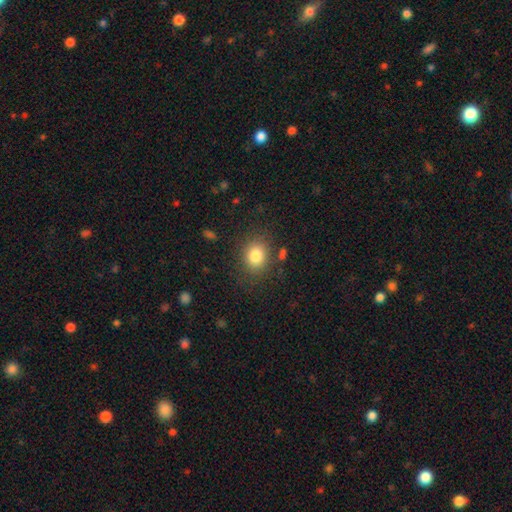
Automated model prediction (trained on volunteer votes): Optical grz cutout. It shows a smooth galaxy with no disk features (82%) that is round (57%). Merging: none (81%).